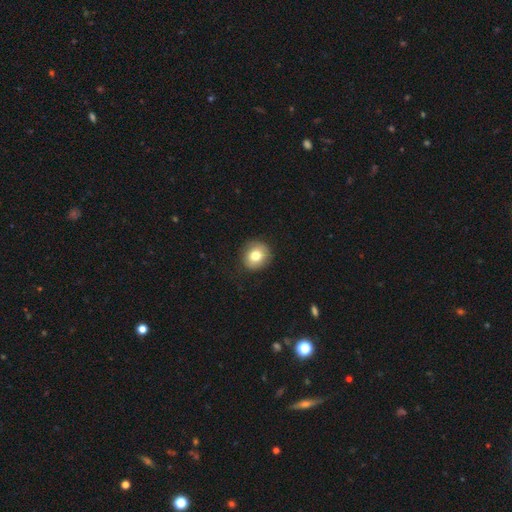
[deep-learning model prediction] This appears to be a smooth galaxy with no disk features (77%) that is round (86%). Merging: none (83%).